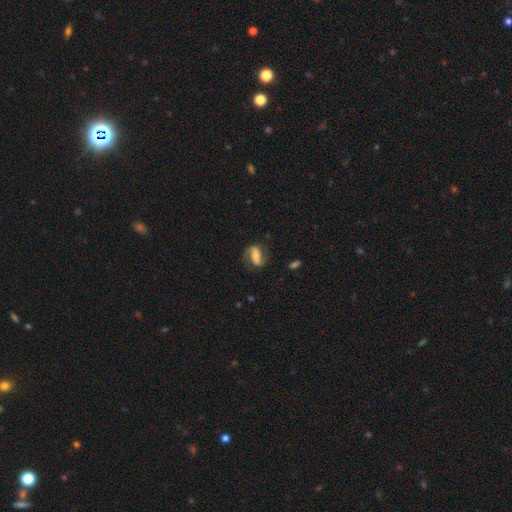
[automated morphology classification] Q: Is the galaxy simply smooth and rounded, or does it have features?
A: featured or disk — 67%.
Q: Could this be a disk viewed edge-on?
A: no — 93%.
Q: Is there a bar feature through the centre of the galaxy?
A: strong — 45%.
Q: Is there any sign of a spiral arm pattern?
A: yes — 88%.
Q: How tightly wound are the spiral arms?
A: loose — 47%.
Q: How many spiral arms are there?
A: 2 — 87%.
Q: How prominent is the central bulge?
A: moderate — 50%.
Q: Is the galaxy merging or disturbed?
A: none — 71%.